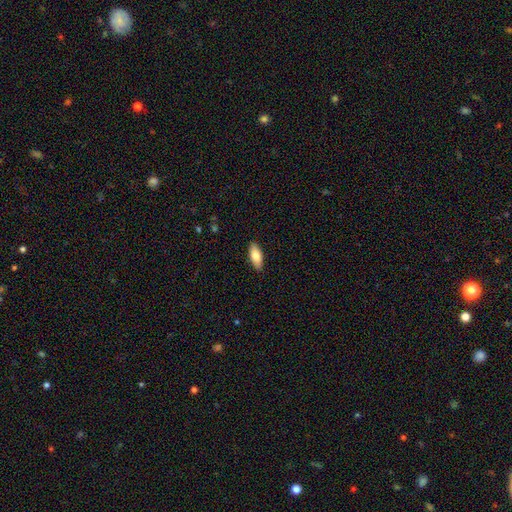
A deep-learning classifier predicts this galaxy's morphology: smooth_or_featured: smooth (p=0.80) [alt: featured or disk p=0.14]
how_rounded: in between (p=0.79) [alt: cigar-shaped p=0.19]
merging: none (p=0.89) [alt: minor disturbance p=0.08]